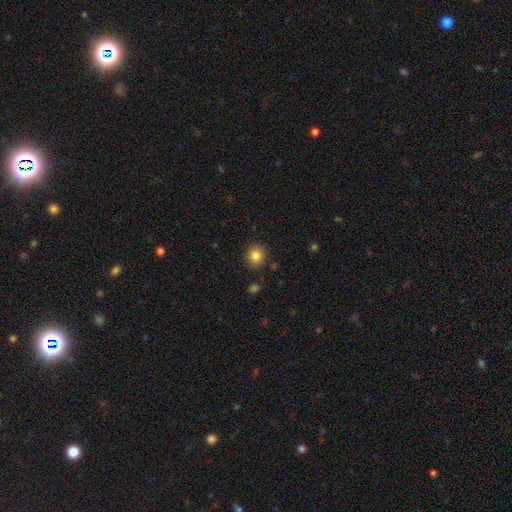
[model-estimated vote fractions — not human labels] Smooth or featured?
  - smooth: 84% *
  - star or artifact: 10%
  - featured or disk: 6%
How rounded?
  - round: 87% *
  - in between: 12%
  - cigar-shaped: 1%
Merging?
  - none: 88% *
  - minor disturbance: 8%
  - major disturbance: 2%
  - merger: 2%